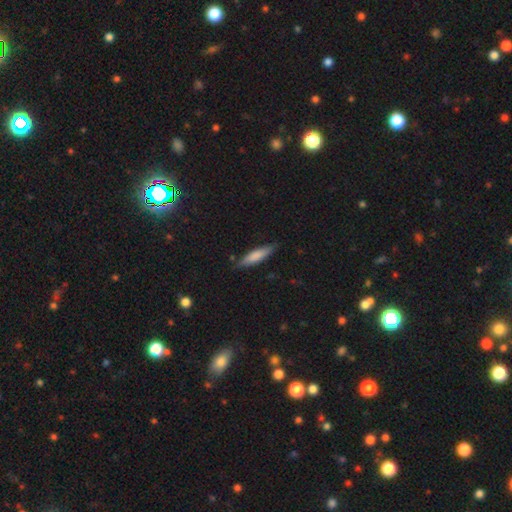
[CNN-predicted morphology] Smooth or featured: smooth — 73% (featured or disk — 21%)
How rounded: cigar-shaped — 73% (in between — 25%)
Merging: none — 81% (minor disturbance — 15%)